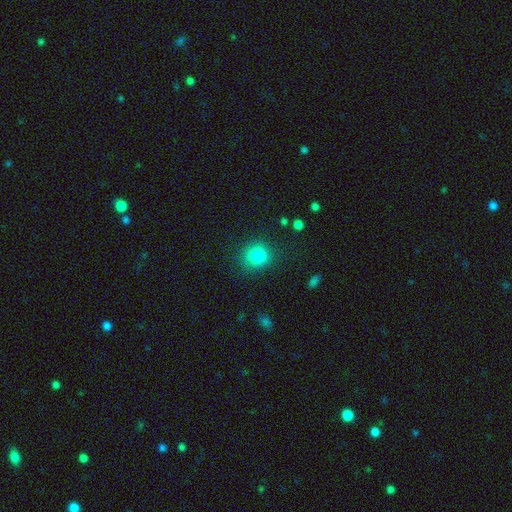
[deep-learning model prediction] A smooth galaxy with no disk features (83%) that is round (78%).

Vote fractions:
- Smooth or featured? smooth: 83% / star or artifact: 11% / featured or disk: 5%
- How rounded? round: 78% / in between: 21% / cigar-shaped: 1%
- Merging? none: 83% / minor disturbance: 11% / major disturbance: 4% / merger: 2%